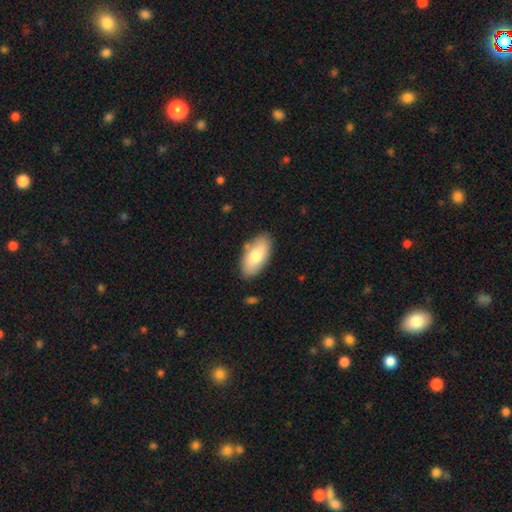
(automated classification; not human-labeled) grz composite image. It shows a smooth galaxy with no disk features (74%) that is in between round and cigar-shaped (94%). Merging: none (82%).